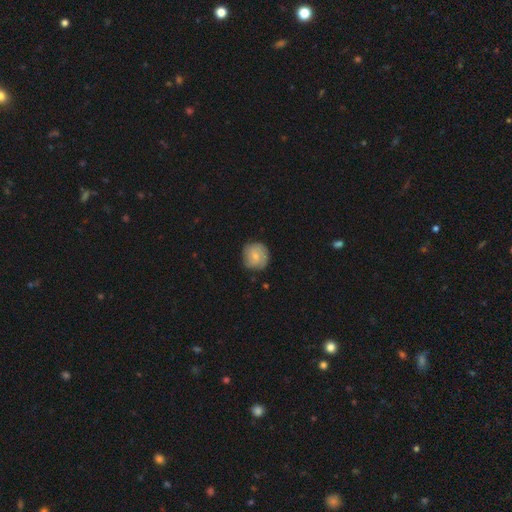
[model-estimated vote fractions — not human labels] smooth 53%, featured or disk 40%, star or artifact 7%. Down the decision tree: how rounded — round (90%); merging — none (76%).